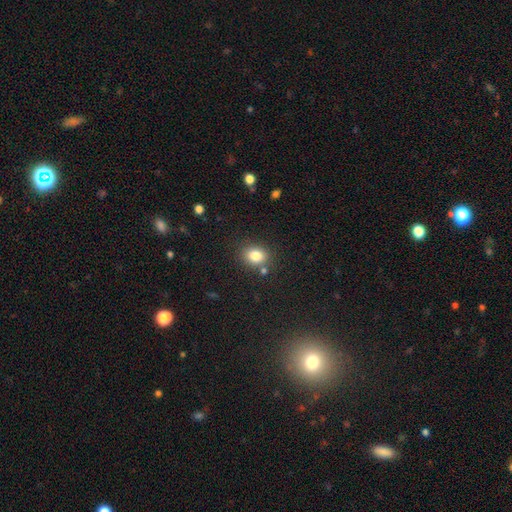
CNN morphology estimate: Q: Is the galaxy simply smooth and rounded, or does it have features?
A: smooth — 82%.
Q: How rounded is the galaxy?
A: round — 55%.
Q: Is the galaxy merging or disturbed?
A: none — 78%.